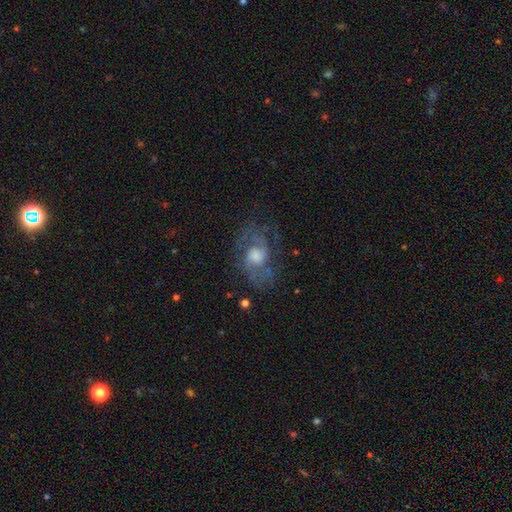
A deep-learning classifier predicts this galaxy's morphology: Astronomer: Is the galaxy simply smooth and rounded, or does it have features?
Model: featured or disk — 74%.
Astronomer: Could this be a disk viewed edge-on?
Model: no — 96%.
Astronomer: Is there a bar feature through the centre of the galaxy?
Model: no — 65%.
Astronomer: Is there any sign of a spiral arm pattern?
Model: yes — 85%.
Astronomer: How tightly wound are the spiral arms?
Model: medium — 51% (runner-up: tight, 26%).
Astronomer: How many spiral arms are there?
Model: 2 — 70%.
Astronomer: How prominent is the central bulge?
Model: moderate — 47% (runner-up: large, 30%).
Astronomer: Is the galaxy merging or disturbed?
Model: none — 65%.